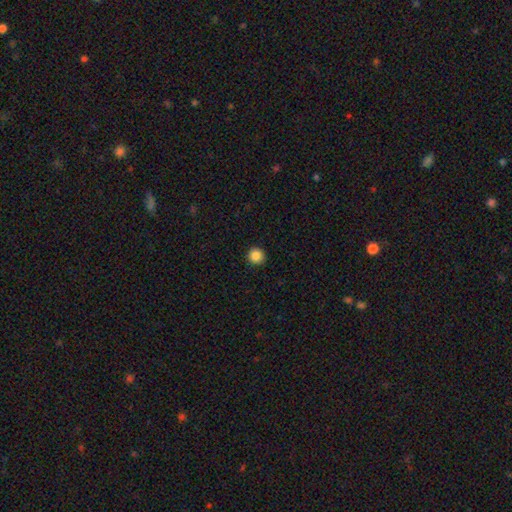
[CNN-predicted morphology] A smooth galaxy with no disk features (86%) that is round (95%). Merging: none (93%).